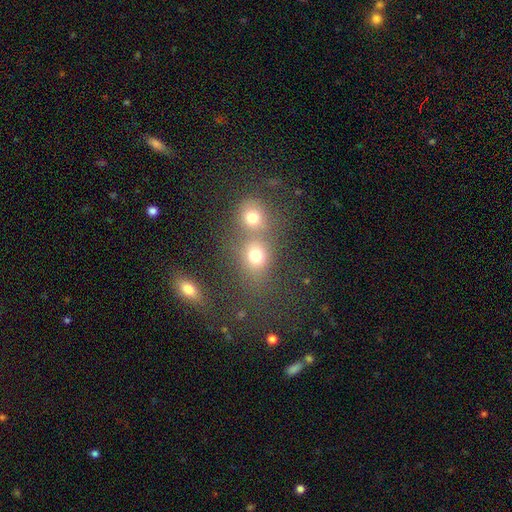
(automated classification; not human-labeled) Smooth or featured: smooth — 75% (star or artifact — 16%)
How rounded: round — 69% (in between — 30%)
Merging: merger — 51% (none — 38%)